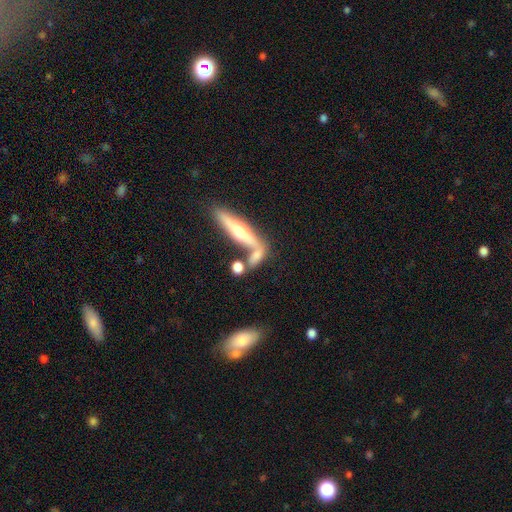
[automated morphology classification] smooth-or-featured: smooth: 54% | featured or disk: 37% | star or artifact: 9%
  how-rounded: cigar-shaped: 46% | in between: 43% | round: 11%
  merging: none: 43% | merger: 39% | minor disturbance: 11% | major disturbance: 7%